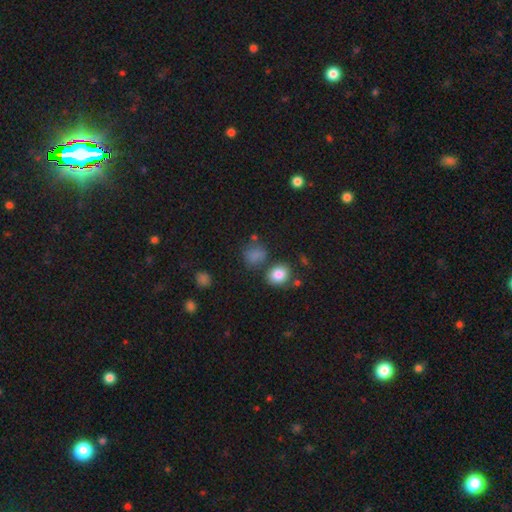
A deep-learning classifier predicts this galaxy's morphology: type=smooth (79%); roundness=round (69%); merging=none (65%).